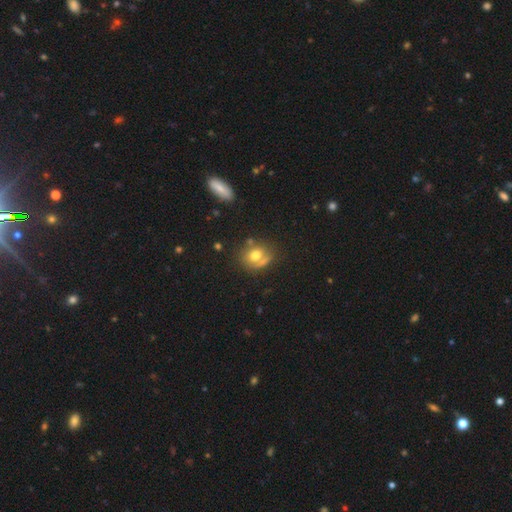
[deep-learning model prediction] This appears to be a smooth galaxy with no disk features (67%) that is round (63%). Merging: none (56%).